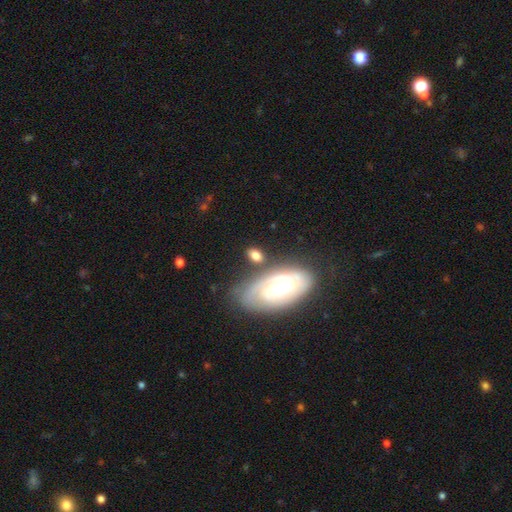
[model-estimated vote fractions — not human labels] This appears to be a smooth galaxy with no disk features (65%) that is in between round and cigar-shaped (82%). Merging: none (61%).